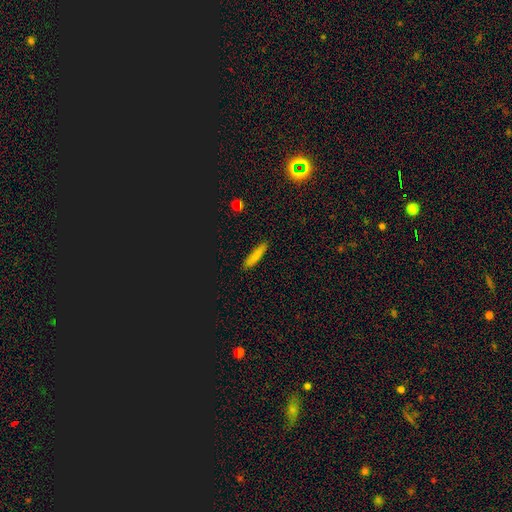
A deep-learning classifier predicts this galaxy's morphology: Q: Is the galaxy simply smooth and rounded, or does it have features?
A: smooth — 79%.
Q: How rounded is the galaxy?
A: cigar-shaped — 84%.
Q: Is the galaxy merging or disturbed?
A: none — 88%.